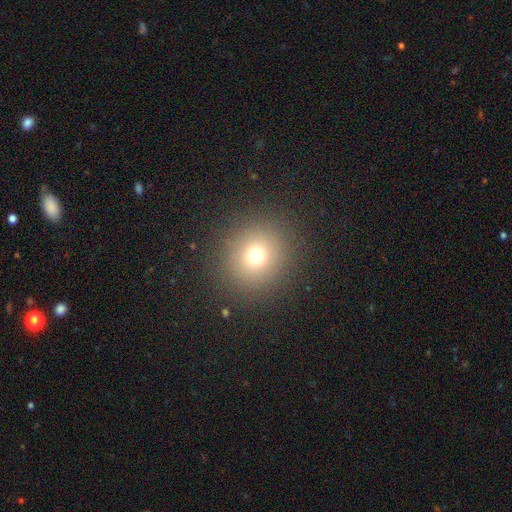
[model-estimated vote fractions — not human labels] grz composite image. It shows a smooth galaxy with no disk features (71%) that is round (89%). Merging: none (89%).